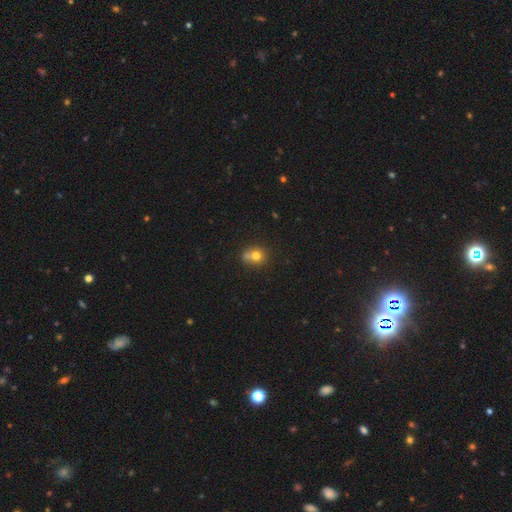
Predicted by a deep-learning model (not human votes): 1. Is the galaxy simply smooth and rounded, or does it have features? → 74% smooth, 13% star or artifact, 13% featured or disk.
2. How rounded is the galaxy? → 77% round, 22% in between, 1% cigar-shaped.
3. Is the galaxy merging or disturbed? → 52% none, 26% merger, 17% minor disturbance, 5% major disturbance.